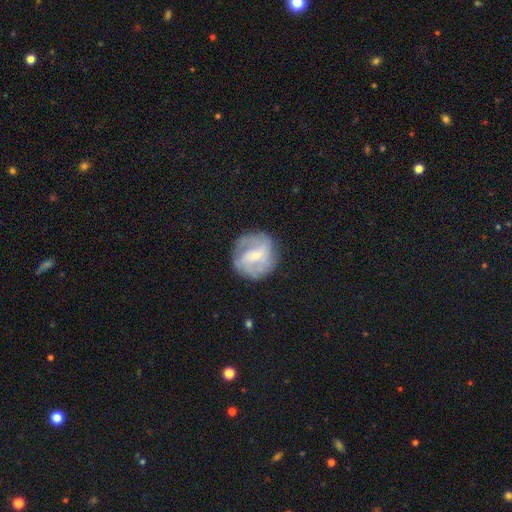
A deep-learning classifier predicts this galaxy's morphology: Smooth or featured?
  - featured or disk: 71% *
  - smooth: 22%
  - star or artifact: 6%
Edge-on disk?
  - no: 97% *
  - yes: 3%
Bar?
  - weak: 48% *
  - no: 30%
  - strong: 22%
Spiral arms?
  - yes: 84% *
  - no: 16%
Spiral winding?
  - medium: 42% *
  - tight: 38%
  - loose: 21%
Spiral arm count?
  - 2: 47% *
  - can't tell: 28%
  - 3: 13%
  - 1: 5%
  - 4: 4%
  - more than 4: 3%
Bulge size?
  - small: 67% *
  - moderate: 28%
  - none: 3%
  - large: 2%
  - dominant: 1%
Merging?
  - none: 74% *
  - minor disturbance: 16%
  - major disturbance: 8%
  - merger: 1%